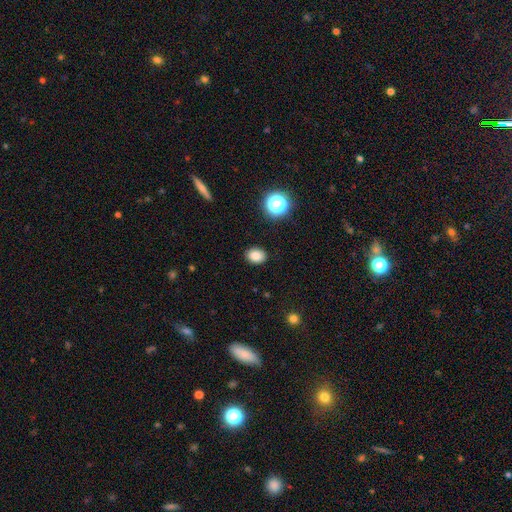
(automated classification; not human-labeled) A smooth galaxy with no disk features (84%) that is in between round and cigar-shaped (60%). Merging: none (89%).